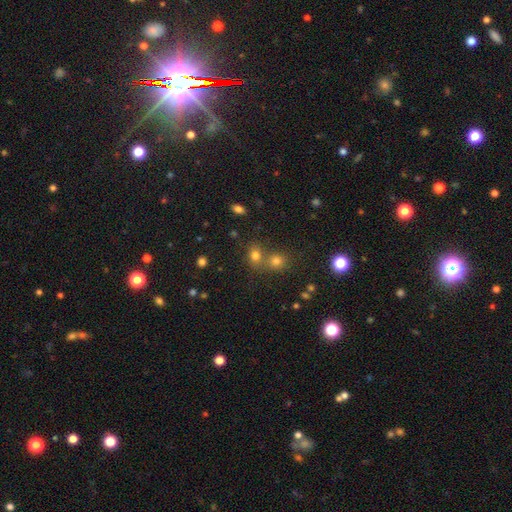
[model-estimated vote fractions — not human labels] A smooth galaxy with no disk features (71%) that is round (64%).

Vote fractions:
- Smooth or featured? smooth: 71% / star or artifact: 20% / featured or disk: 9%
- How rounded? round: 64% / in between: 34% / cigar-shaped: 1%
- Merging? none: 46% / merger: 42% / minor disturbance: 8% / major disturbance: 4%